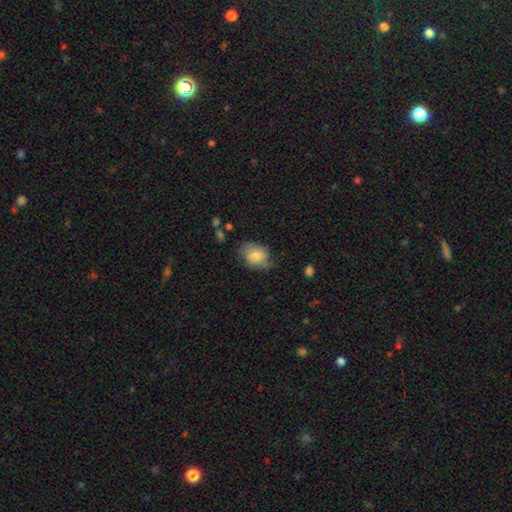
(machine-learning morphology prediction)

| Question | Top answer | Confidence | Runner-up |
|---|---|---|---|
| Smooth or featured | smooth | 65% | featured or disk (27%) |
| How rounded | in between | 65% | round (34%) |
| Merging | none | 58% | minor disturbance (29%) |